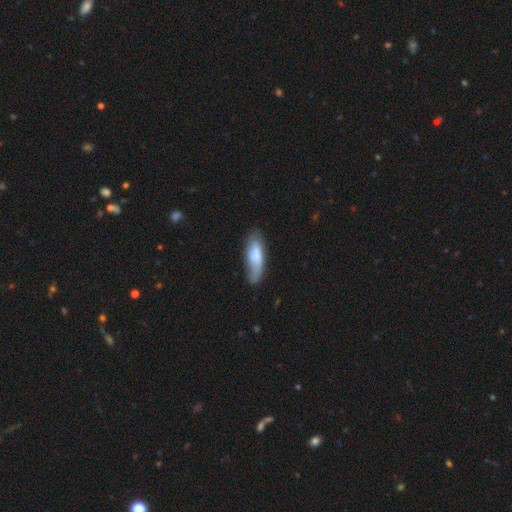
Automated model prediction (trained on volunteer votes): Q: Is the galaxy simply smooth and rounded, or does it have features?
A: smooth — 67%.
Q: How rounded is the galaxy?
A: in between — 55%.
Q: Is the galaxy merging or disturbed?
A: none — 53%.